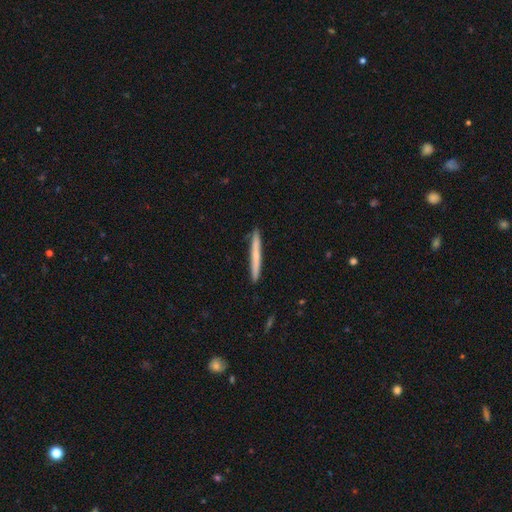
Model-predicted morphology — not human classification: Smooth or featured?
  - smooth: 61% *
  - featured or disk: 33%
  - star or artifact: 6%
How rounded?
  - cigar-shaped: 97% *
  - in between: 2%
  - round: 1%
Merging?
  - none: 92% *
  - minor disturbance: 6%
  - major disturbance: 1%
  - merger: 1%